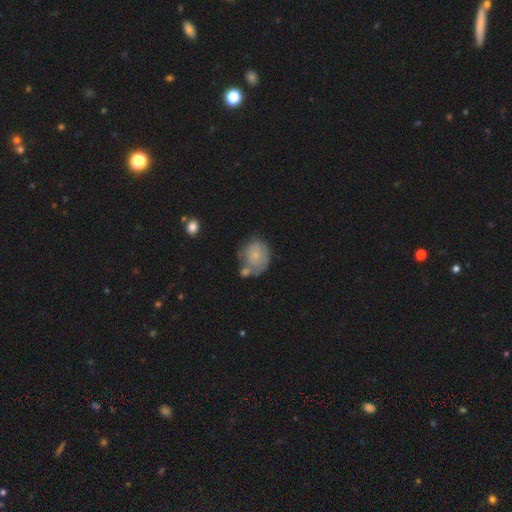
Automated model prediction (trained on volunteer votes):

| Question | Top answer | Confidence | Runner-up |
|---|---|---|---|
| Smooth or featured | smooth | 57% | featured or disk (36%) |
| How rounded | round | 65% | in between (34%) |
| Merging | none | 45% | minor disturbance (24%) |